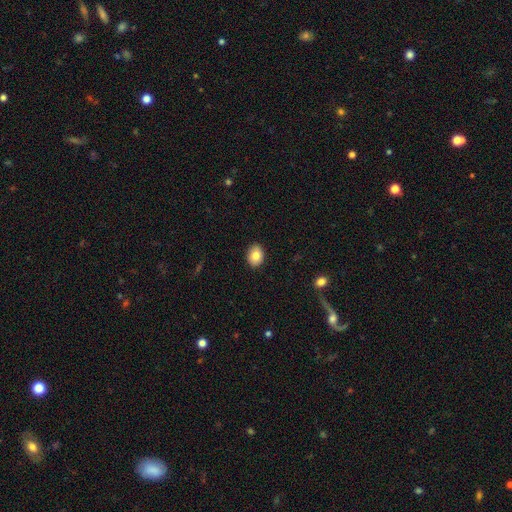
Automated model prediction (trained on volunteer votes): A smooth galaxy with no disk features (83%) that is in between round and cigar-shaped (64%). Merging: none (90%).